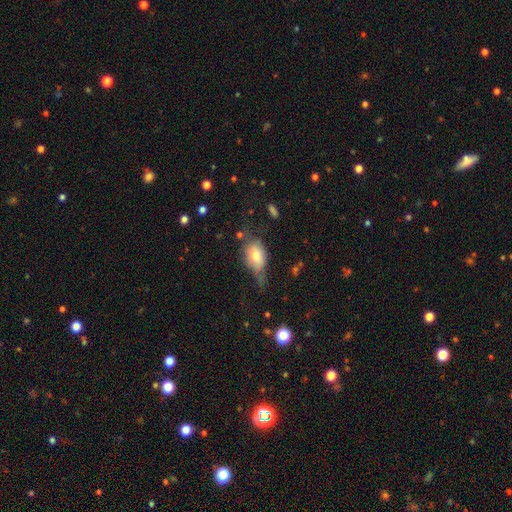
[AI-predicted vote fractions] smooth_or_featured: smooth (p=0.67) [alt: featured or disk p=0.23]
how_rounded: in between (p=0.79) [alt: round p=0.17]
merging: minor disturbance (p=0.35) [alt: none p=0.34]